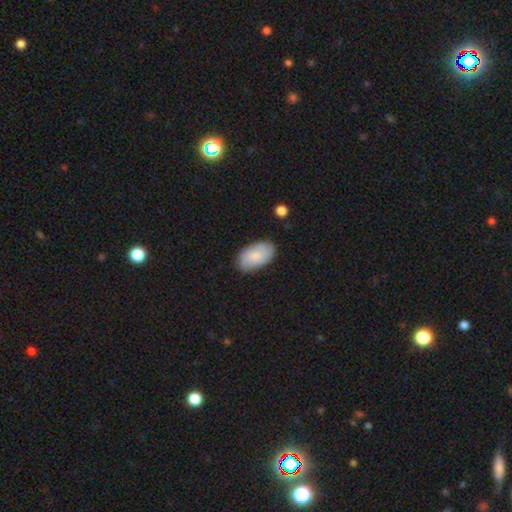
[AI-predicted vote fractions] Smooth or featured: smooth — 82% (featured or disk — 12%)
How rounded: in between — 95% (round — 3%)
Merging: none — 83% (minor disturbance — 13%)